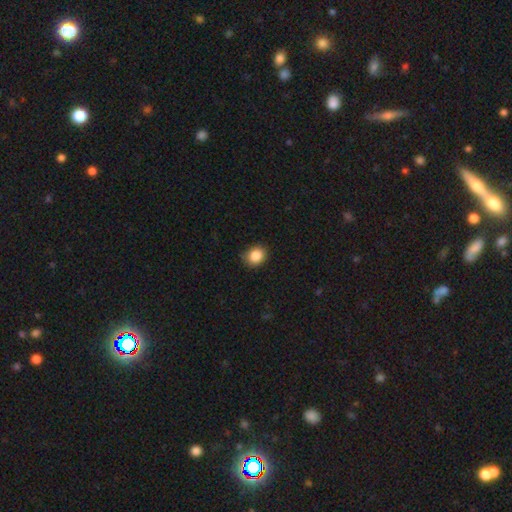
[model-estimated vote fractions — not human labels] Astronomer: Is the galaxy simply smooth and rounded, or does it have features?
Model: smooth — 86%.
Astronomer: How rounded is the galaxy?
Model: round — 60% (runner-up: in between, 39%).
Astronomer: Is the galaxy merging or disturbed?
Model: none — 83%.